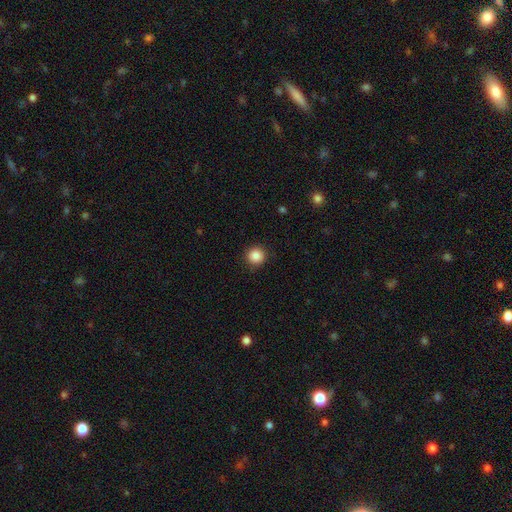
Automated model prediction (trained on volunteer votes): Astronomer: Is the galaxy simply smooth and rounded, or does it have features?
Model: smooth — 86%.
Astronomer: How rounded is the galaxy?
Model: round — 95%.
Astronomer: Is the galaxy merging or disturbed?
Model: none — 90%.